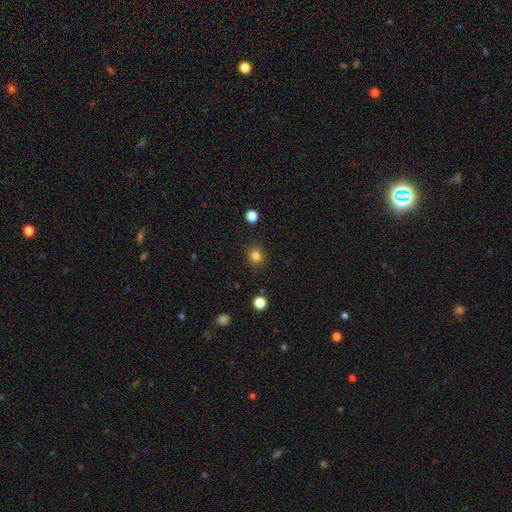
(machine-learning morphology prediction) A smooth galaxy with no disk features (83%) that is round (80%). Merging: none (88%).